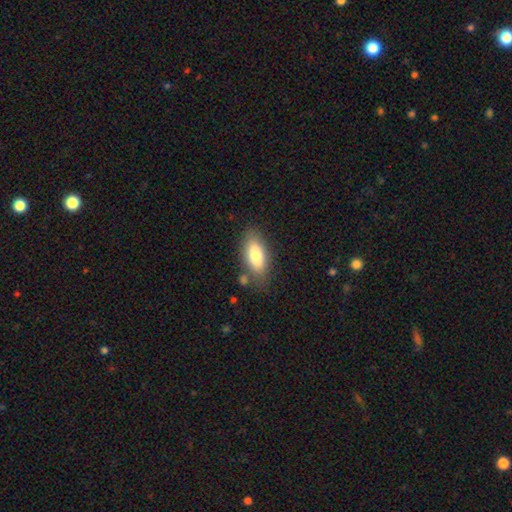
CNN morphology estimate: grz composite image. It shows a smooth galaxy with no disk features (78%) that is in between round and cigar-shaped (82%). Merging: none (75%).